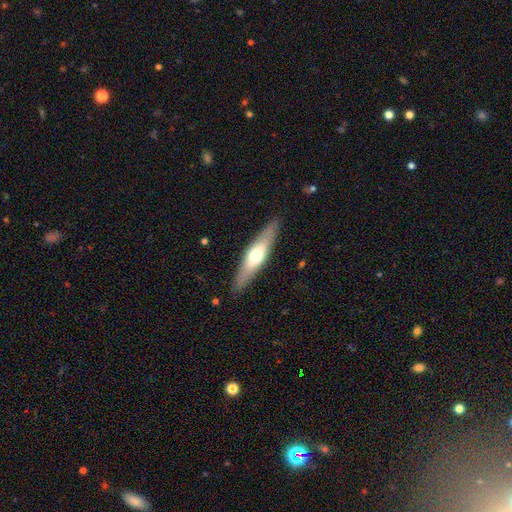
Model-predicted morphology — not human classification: A smooth galaxy with no disk features (49%).

Vote fractions:
- Smooth or featured? smooth: 49% / featured or disk: 46% / star or artifact: 5%
- Merging? none: 88% / minor disturbance: 9% / major disturbance: 2% / merger: 1%